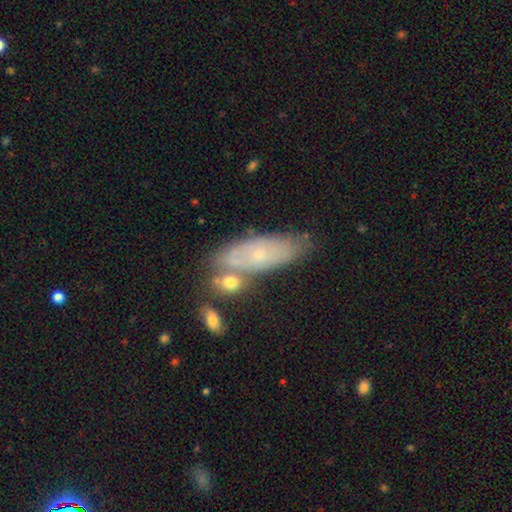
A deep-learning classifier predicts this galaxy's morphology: featured or disk 46%, smooth 45%, star or artifact 9%. Down the decision tree: merging — none (58%).